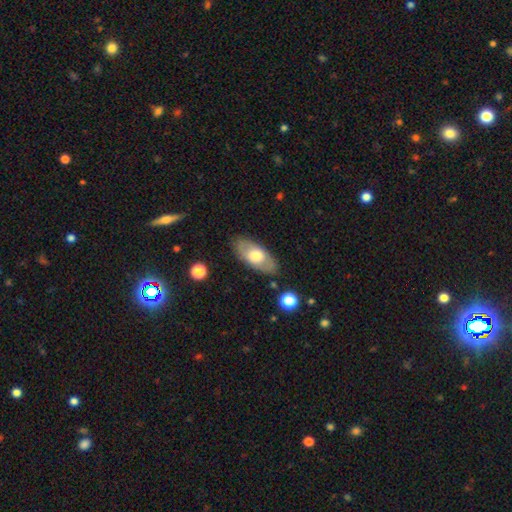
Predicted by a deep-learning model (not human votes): Q: Smooth or featured?
A: smooth (60%); runner-up: featured or disk (34%)
Q: How rounded?
A: in between (88%); runner-up: cigar-shaped (8%)
Q: Merging?
A: none (82%); runner-up: minor disturbance (13%)